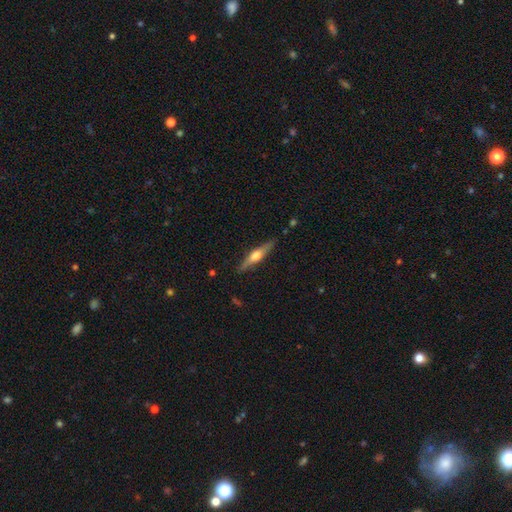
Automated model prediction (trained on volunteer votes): smooth_or_featured: featured or disk (p=0.64) [alt: smooth p=0.30]
disk_edge_on: yes (p=0.97) [alt: no p=0.03]
edge_on_bulge: rounded (p=0.92) [alt: boxy p=0.06]
merging: none (p=0.88) [alt: minor disturbance p=0.09]